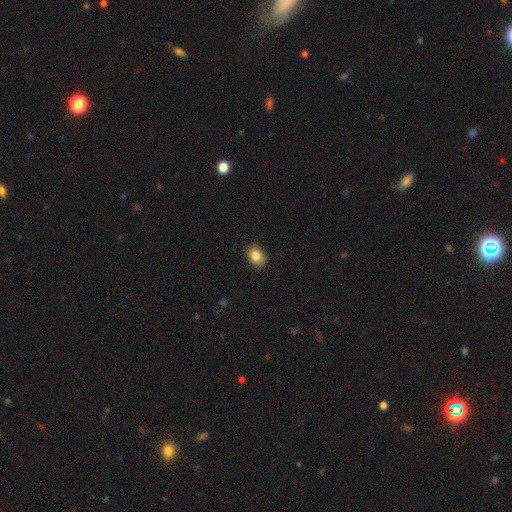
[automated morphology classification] A smooth galaxy with no disk features (85%) that is in between round and cigar-shaped (73%).

Vote fractions:
- Smooth or featured? smooth: 85% / star or artifact: 8% / featured or disk: 6%
- How rounded? in between: 73% / round: 26% / cigar-shaped: 1%
- Merging? none: 85% / minor disturbance: 12% / major disturbance: 2% / merger: 1%